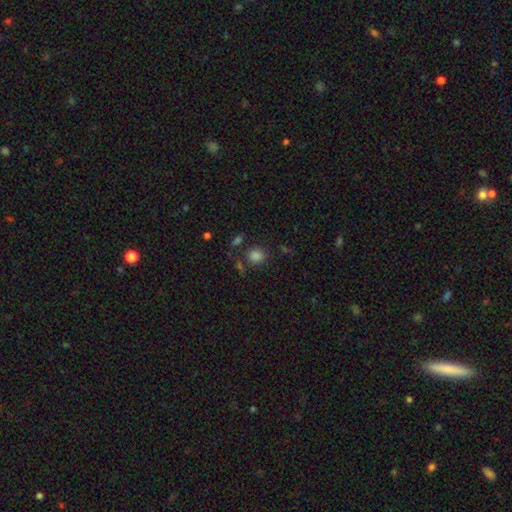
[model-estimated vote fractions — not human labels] Morphology: type=smooth (80%); roundness=round (75%); merging=none (76%).